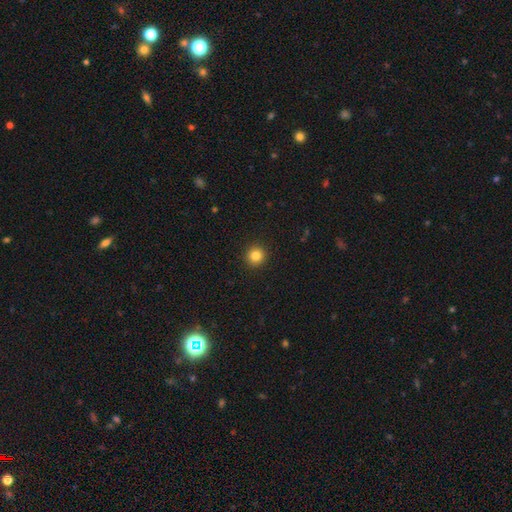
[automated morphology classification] Smooth or featured?
  - smooth: 84% *
  - star or artifact: 11%
  - featured or disk: 5%
How rounded?
  - round: 95% *
  - in between: 4%
  - cigar-shaped: 1%
Merging?
  - none: 93% *
  - minor disturbance: 4%
  - major disturbance: 2%
  - merger: 1%